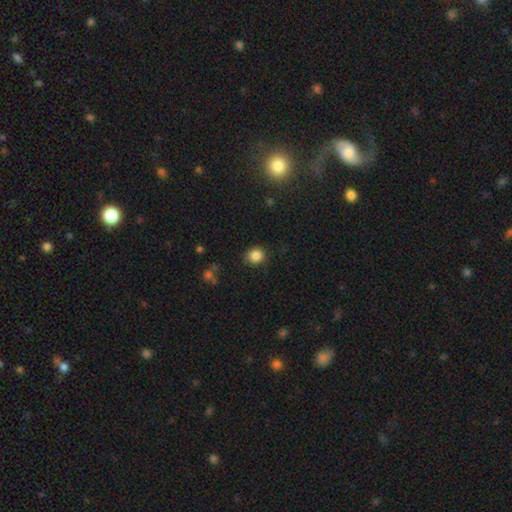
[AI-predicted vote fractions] Morphology: type=smooth (85%); roundness=round (82%); merging=none (88%).